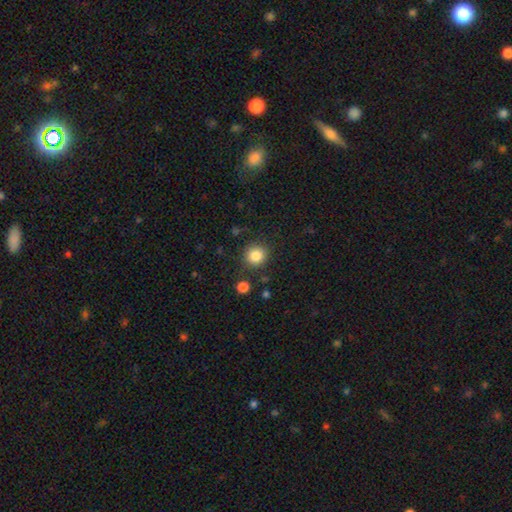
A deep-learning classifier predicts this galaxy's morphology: smooth 84%, star or artifact 11%, featured or disk 5%. Down the decision tree: how rounded — round (91%); merging — none (87%).